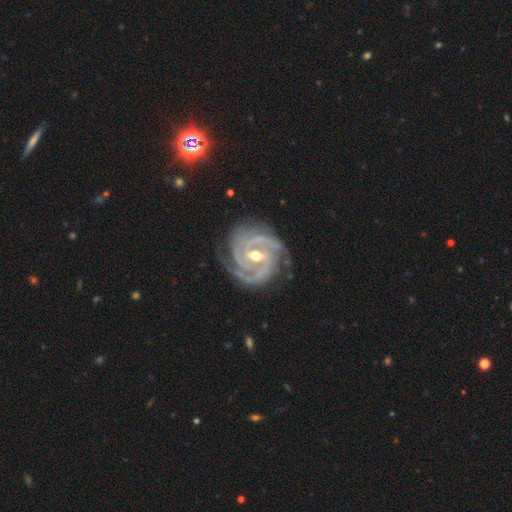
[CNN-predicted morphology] Smooth or featured: featured or disk — 94% (star or artifact — 4%)
Edge-on disk: no — 98% (yes — 2%)
Bar: weak — 44% (strong — 31%)
Spiral arms: yes — 99% (no — 1%)
Spiral winding: tight — 76% (medium — 22%)
Spiral arm count: 3 — 46% (2 — 23%)
Bulge size: moderate — 70% (small — 26%)
Merging: none — 78% (minor disturbance — 16%)